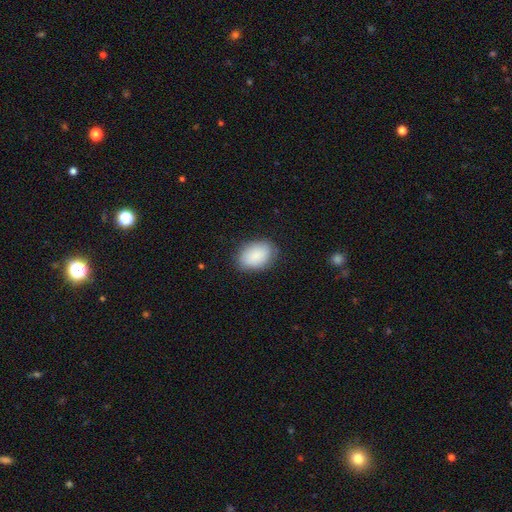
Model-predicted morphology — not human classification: Smooth or featured?
  - smooth: 88% *
  - star or artifact: 6%
  - featured or disk: 5%
How rounded?
  - in between: 85% *
  - round: 14%
  - cigar-shaped: 1%
Merging?
  - none: 82% *
  - minor disturbance: 14%
  - major disturbance: 3%
  - merger: 1%